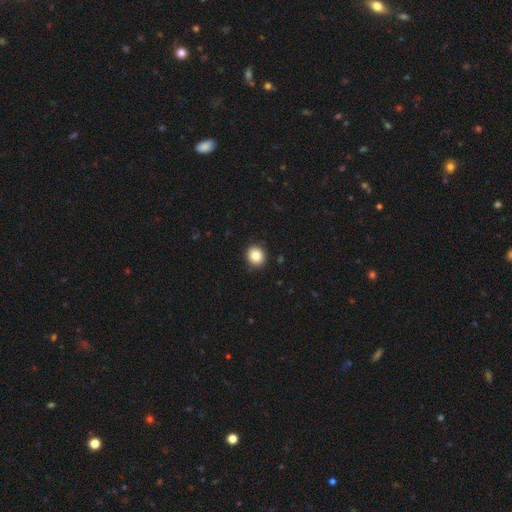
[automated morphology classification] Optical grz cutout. It shows a smooth galaxy with no disk features (84%) that is round (84%). Merging: none (91%).